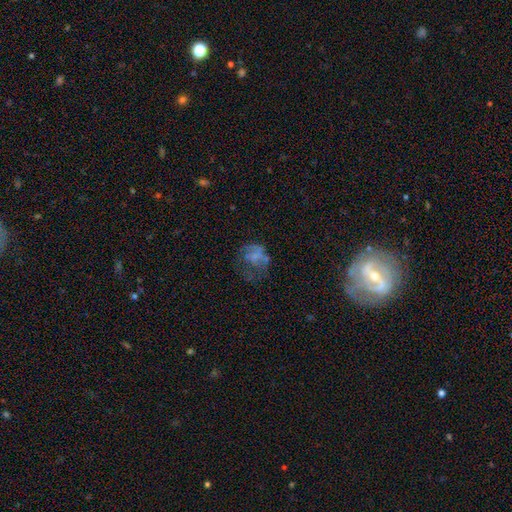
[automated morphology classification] A featured or disk galaxy (43%). Merging: major disturbance (44%).